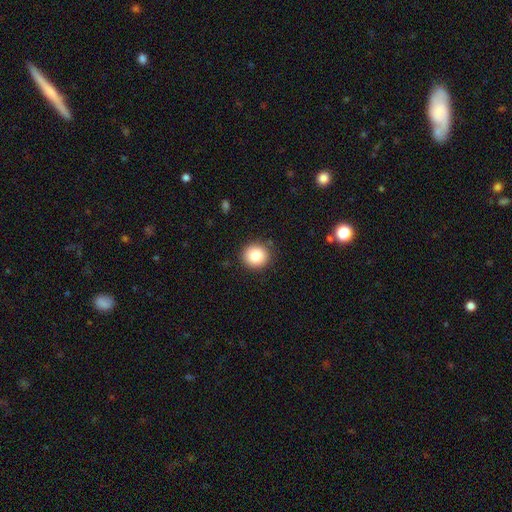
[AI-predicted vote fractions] smooth-or-featured: smooth: 82% | star or artifact: 10% | featured or disk: 8%
  how-rounded: round: 92% | in between: 7% | cigar-shaped: 1%
  merging: none: 89% | minor disturbance: 7% | major disturbance: 2% | merger: 1%